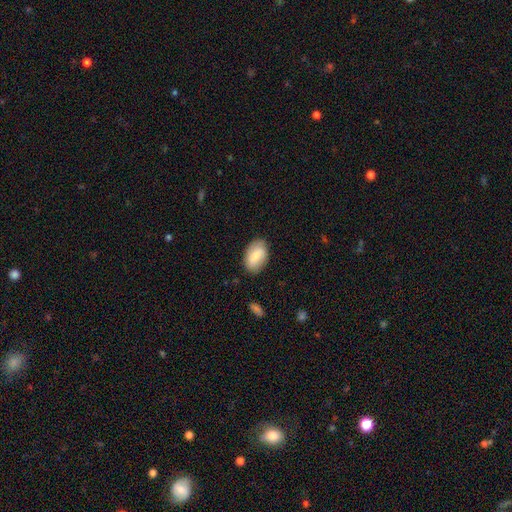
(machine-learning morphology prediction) smooth 79%, featured or disk 15%, star or artifact 6%. Down the decision tree: how rounded — in between (90%); merging — none (82%).